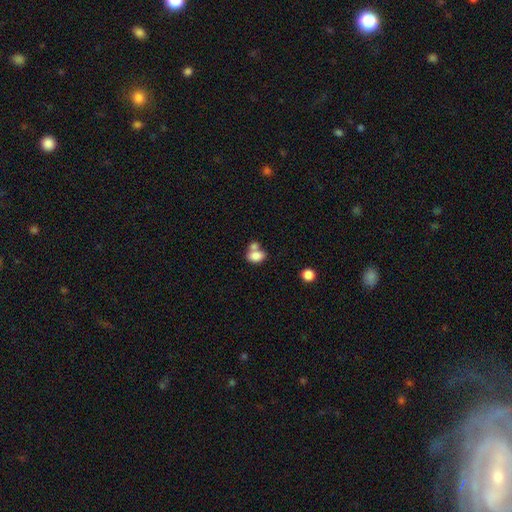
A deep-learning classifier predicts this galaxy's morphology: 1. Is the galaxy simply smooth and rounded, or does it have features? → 81% smooth, 11% featured or disk, 9% star or artifact.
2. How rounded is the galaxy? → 79% in between, 20% round, 1% cigar-shaped.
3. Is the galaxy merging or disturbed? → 50% merger, 34% none, 11% minor disturbance, 5% major disturbance.